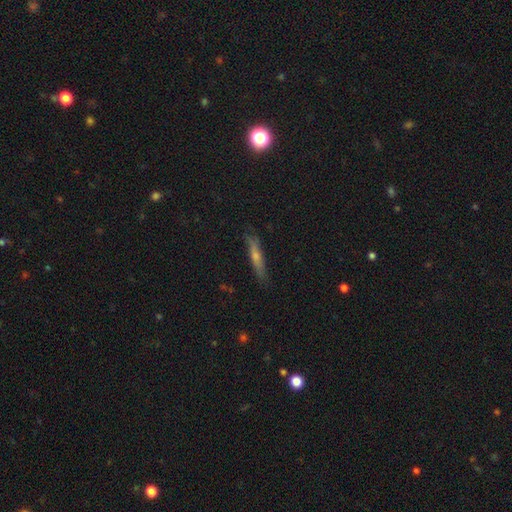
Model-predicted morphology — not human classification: smooth-or-featured: featured or disk: 47% | smooth: 44% | star or artifact: 9%
  merging: none: 85% | minor disturbance: 12% | major disturbance: 2% | merger: 1%